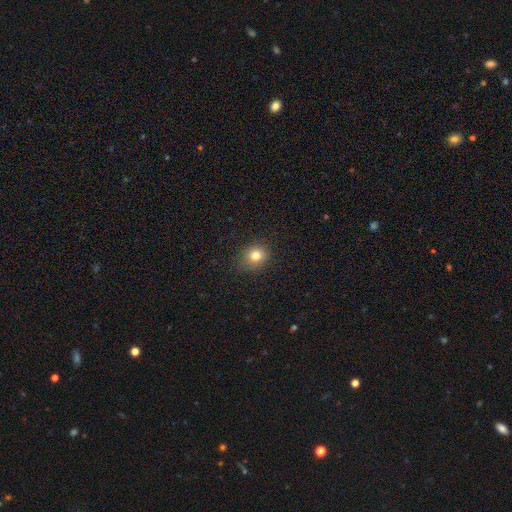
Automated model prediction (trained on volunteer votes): A smooth galaxy with no disk features (80%) that is round (76%).

Vote fractions:
- Smooth or featured? smooth: 80% / star or artifact: 13% / featured or disk: 8%
- How rounded? round: 76% / in between: 24% / cigar-shaped: 1%
- Merging? none: 86% / minor disturbance: 10% / major disturbance: 3% / merger: 1%